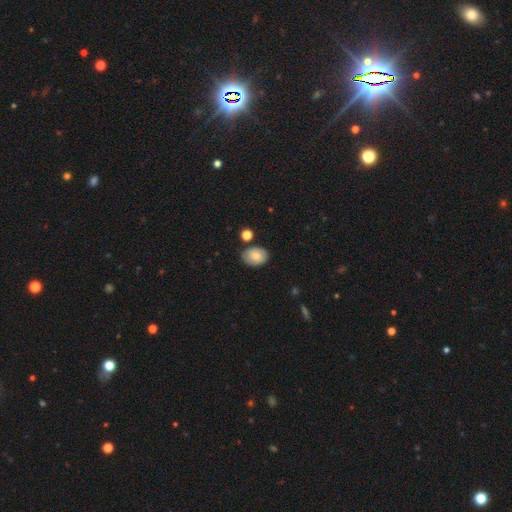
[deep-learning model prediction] smooth-or-featured: smooth: 75% | featured or disk: 17% | star or artifact: 8%
  how-rounded: in between: 74% | round: 25% | cigar-shaped: 1%
  merging: none: 77% | minor disturbance: 15% | merger: 5% | major disturbance: 3%